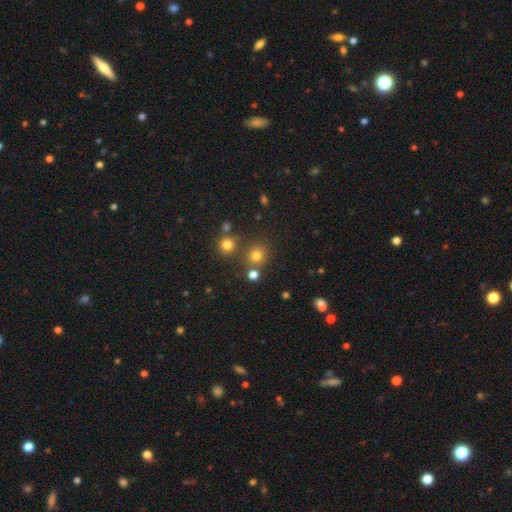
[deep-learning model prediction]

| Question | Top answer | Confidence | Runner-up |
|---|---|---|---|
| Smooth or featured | smooth | 75% | star or artifact (19%) |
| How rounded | round | 89% | in between (10%) |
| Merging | none | 76% | merger (13%) |